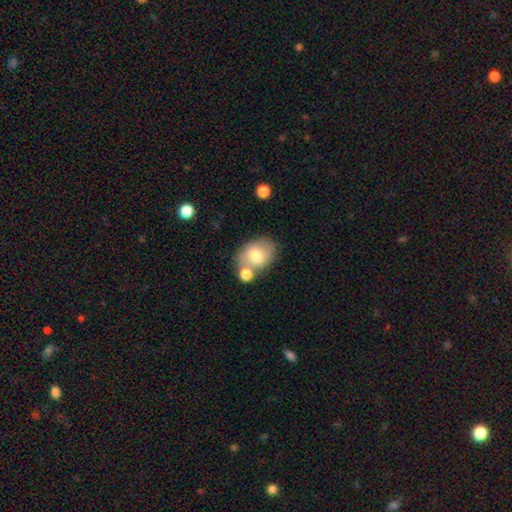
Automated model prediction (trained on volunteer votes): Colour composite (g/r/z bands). It shows a smooth galaxy with no disk features (71%) that is in between round and cigar-shaped (72%). Merging: none (59%).